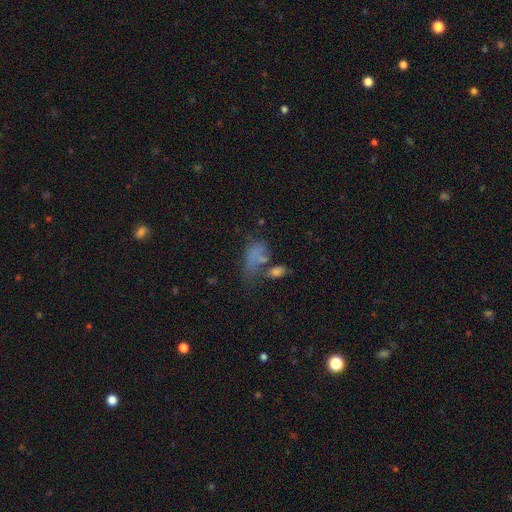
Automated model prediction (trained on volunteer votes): A smooth galaxy with no disk features (64%) that is in between round and cigar-shaped (84%). Merging: merger (31%).